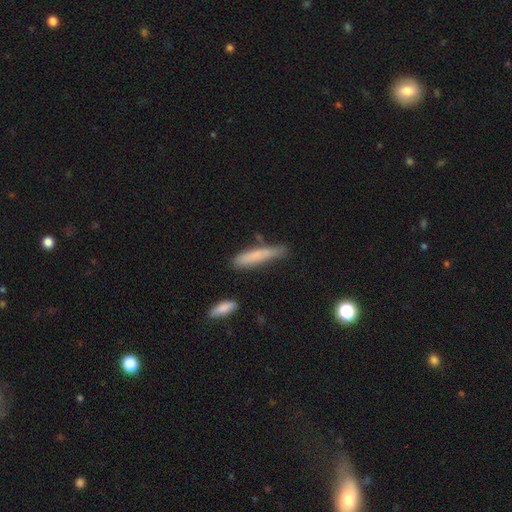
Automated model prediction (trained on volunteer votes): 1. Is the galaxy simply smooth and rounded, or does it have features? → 76% smooth, 17% featured or disk, 7% star or artifact.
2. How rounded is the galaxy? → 88% cigar-shaped, 11% in between, 1% round.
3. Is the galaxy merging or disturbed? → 67% none, 23% minor disturbance, 5% major disturbance, 5% merger.